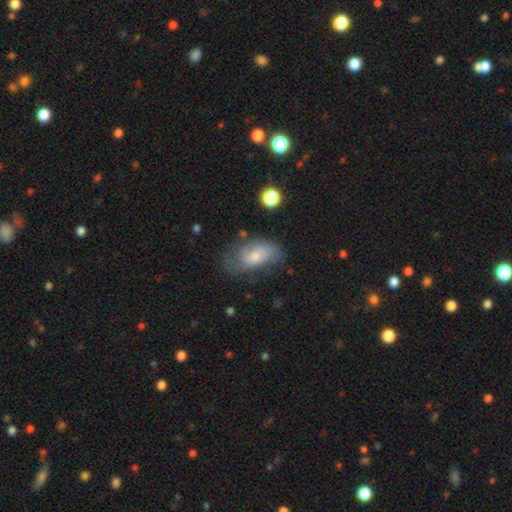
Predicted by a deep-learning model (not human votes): Morphology: type=featured or disk (49%); merging=none (58%).